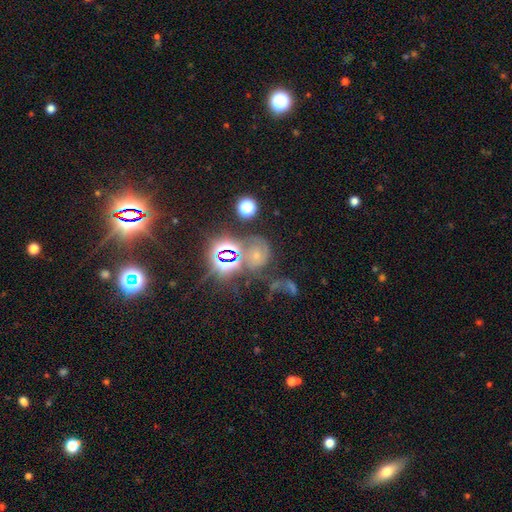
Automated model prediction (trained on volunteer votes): A star or artifact, not a galaxy (39%).